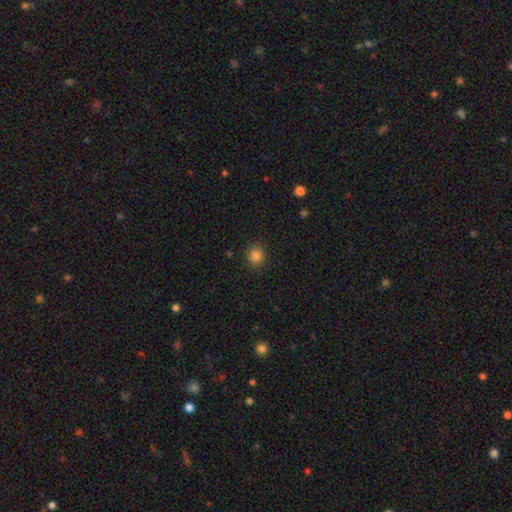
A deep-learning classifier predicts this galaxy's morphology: The model was most divided on "smooth or featured": smooth: 85%, star or artifact: 12%, featured or disk: 3%. More confident: merging — none (89%); how rounded — round (87%).